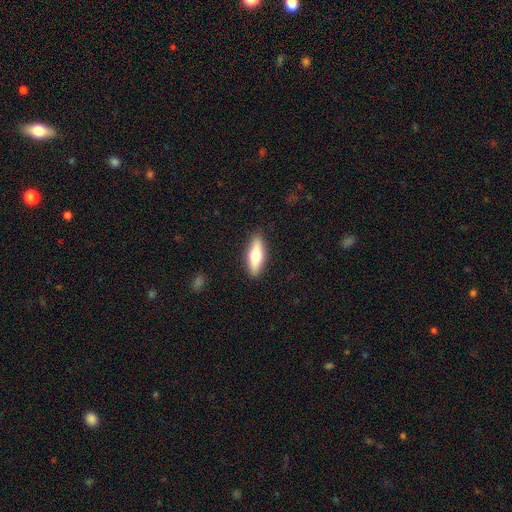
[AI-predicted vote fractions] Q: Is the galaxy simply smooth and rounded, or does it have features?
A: smooth — 58%.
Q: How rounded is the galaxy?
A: in between — 49%.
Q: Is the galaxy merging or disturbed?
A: none — 89%.